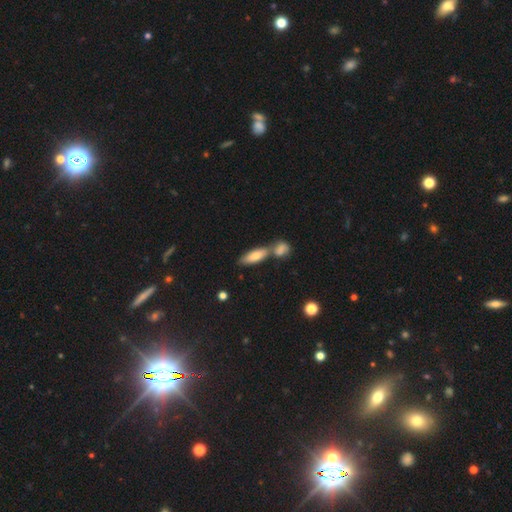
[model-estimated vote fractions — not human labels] smooth_or_featured: smooth (p=0.76) [alt: featured or disk p=0.18]
how_rounded: in between (p=0.60) [alt: cigar-shaped p=0.37]
merging: none (p=0.49) [alt: merger p=0.37]